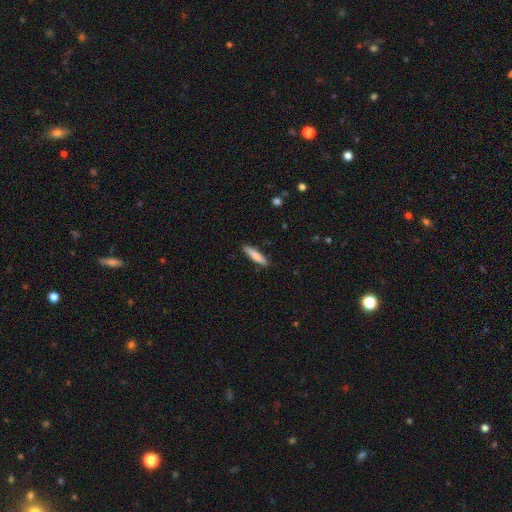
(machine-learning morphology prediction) Overall: smooth (80%). How rounded: cigar-shaped (84%). Merging: none (88%).